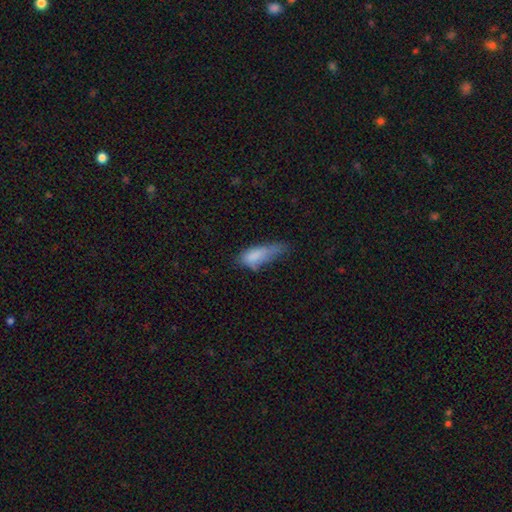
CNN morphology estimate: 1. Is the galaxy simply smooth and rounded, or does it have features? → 77% smooth, 13% featured or disk, 10% star or artifact.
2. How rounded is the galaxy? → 68% in between, 29% cigar-shaped, 3% round.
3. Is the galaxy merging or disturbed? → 38% minor disturbance, 36% major disturbance, 21% none, 4% merger.